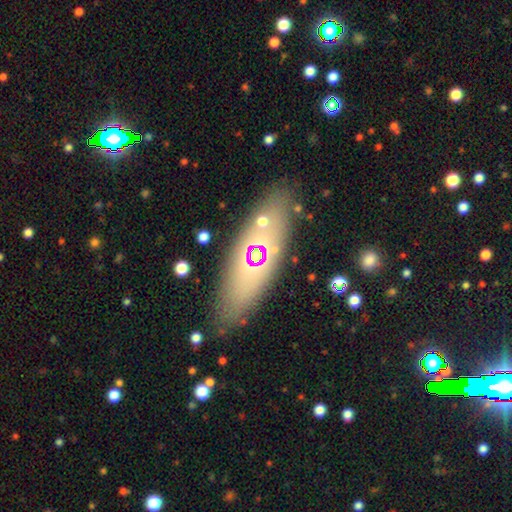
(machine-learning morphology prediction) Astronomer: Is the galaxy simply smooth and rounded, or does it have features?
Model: smooth — 45% (runner-up: featured or disk, 30%).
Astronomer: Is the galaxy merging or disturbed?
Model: none — 81%.